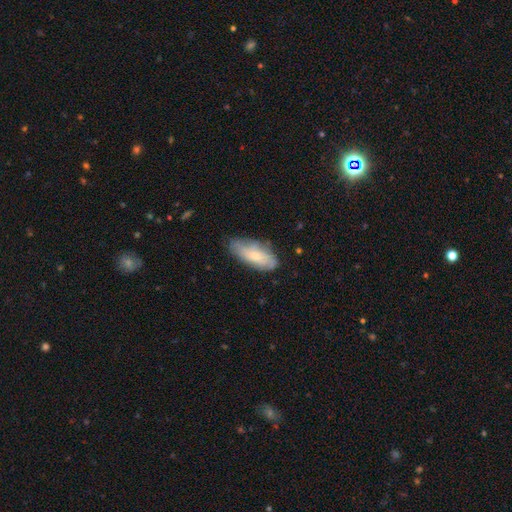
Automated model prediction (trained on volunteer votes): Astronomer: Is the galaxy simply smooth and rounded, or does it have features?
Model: smooth — 62%.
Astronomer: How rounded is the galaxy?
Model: in between — 83%.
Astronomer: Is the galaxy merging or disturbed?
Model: none — 64%.